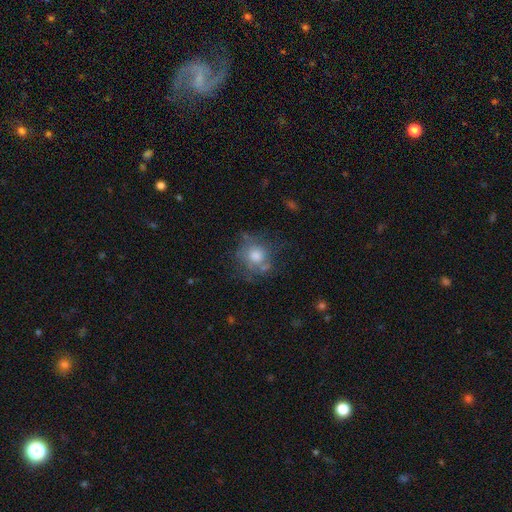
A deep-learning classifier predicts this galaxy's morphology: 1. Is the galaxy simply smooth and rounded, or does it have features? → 60% smooth, 28% featured or disk, 13% star or artifact.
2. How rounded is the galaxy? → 85% round, 14% in between, 1% cigar-shaped.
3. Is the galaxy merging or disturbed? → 58% none, 21% minor disturbance, 14% major disturbance, 6% merger.